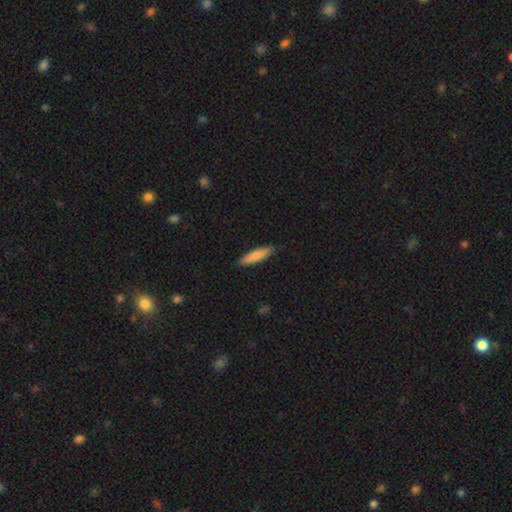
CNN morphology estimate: Overall: smooth (79%). How rounded: cigar-shaped (72%). Merging: none (87%).